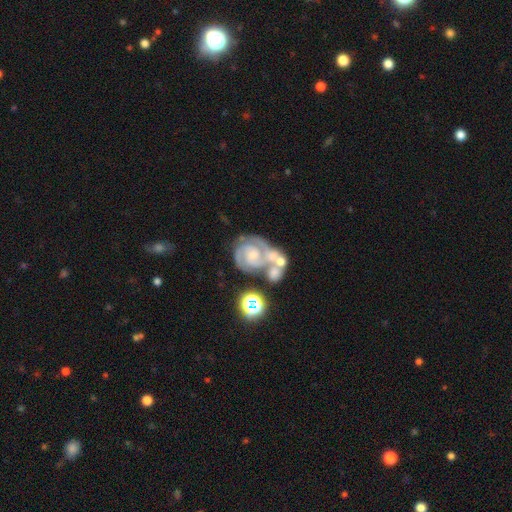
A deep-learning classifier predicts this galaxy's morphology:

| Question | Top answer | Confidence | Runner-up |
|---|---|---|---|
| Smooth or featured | featured or disk | 82% | smooth (10%) |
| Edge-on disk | no | 97% | yes (3%) |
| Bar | no | 67% | weak (26%) |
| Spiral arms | yes | 91% | no (9%) |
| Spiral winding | tight | 64% | medium (29%) |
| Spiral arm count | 2 | 51% | can't tell (21%) |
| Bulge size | small | 51% | moderate (35%) |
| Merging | none | 38% | merger (34%) |